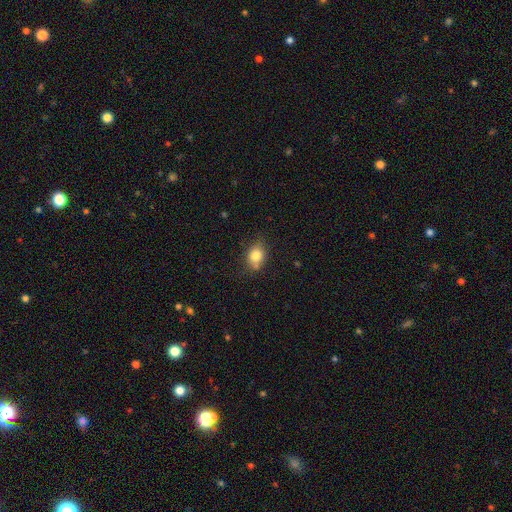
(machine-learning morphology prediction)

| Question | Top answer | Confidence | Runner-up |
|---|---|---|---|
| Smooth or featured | smooth | 80% | featured or disk (10%) |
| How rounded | in between | 54% | round (45%) |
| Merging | none | 68% | minor disturbance (20%) |